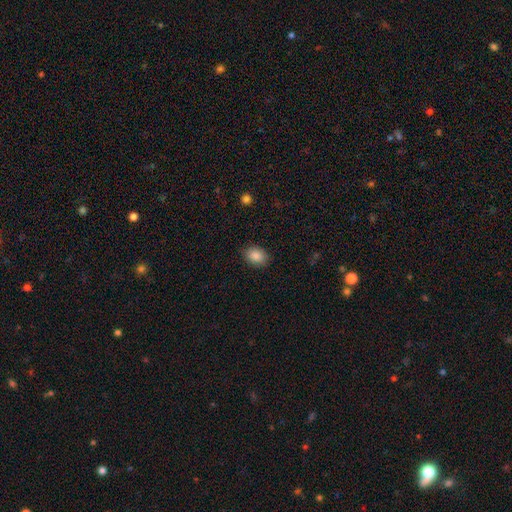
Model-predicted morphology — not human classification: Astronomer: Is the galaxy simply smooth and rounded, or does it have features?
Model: smooth — 87%.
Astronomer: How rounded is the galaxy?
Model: in between — 67%.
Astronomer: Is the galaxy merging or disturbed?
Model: none — 88%.